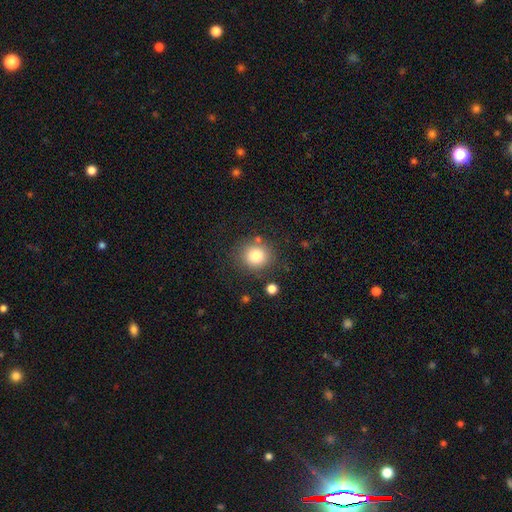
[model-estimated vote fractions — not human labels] Smooth or featured: smooth — 82% (star or artifact — 11%)
How rounded: round — 87% (in between — 12%)
Merging: none — 80% (minor disturbance — 11%)